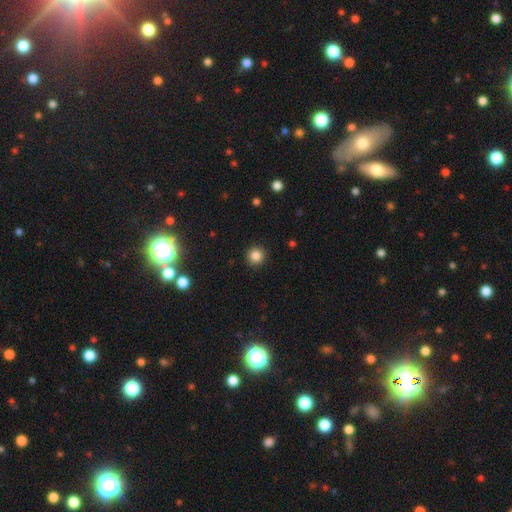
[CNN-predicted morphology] smooth 84%, star or artifact 12%, featured or disk 4%. Down the decision tree: how rounded — round (94%); merging — none (92%).